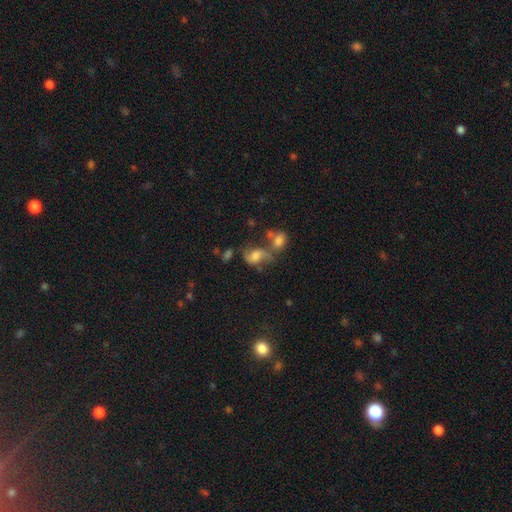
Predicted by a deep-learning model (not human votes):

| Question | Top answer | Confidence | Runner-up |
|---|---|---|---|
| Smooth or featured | featured or disk | 49% | smooth (36%) |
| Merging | none | 34% | merger (32%) |